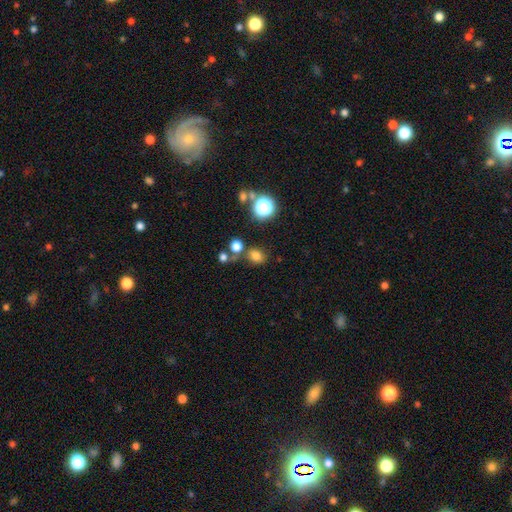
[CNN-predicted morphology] This is likely a smooth galaxy (75%). How rounded: possibly round (57%). Merging: likely none (69%).